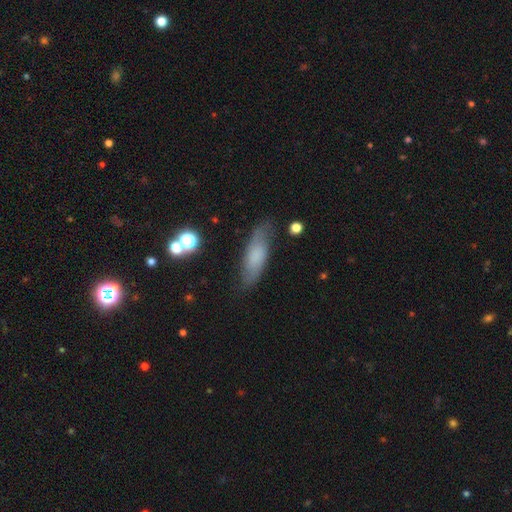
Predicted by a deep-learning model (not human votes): Smooth or featured?
  - smooth: 64% *
  - featured or disk: 27%
  - star or artifact: 9%
How rounded?
  - in between: 55% *
  - cigar-shaped: 43%
  - round: 2%
Merging?
  - none: 74% *
  - minor disturbance: 19%
  - major disturbance: 5%
  - merger: 2%